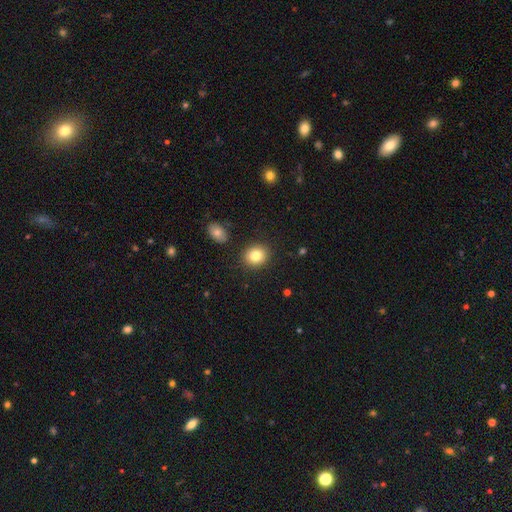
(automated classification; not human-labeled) Smooth or featured? Predicted: smooth (p=0.81). How rounded? Predicted: round (p=0.72). Merging? Predicted: none (p=0.88).